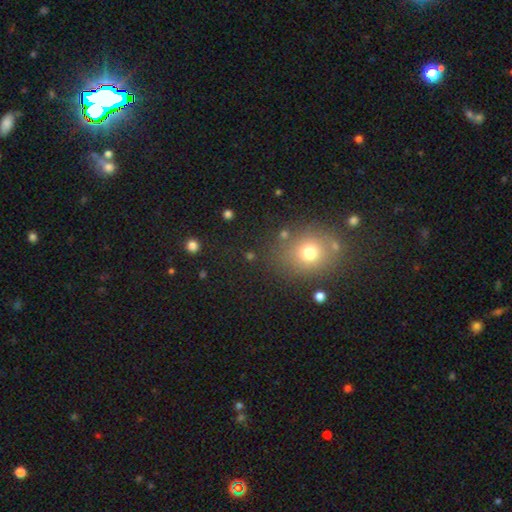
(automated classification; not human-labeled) A smooth galaxy with no disk features (56%) that is round (71%).

Vote fractions:
- Smooth or featured? smooth: 56% / star or artifact: 34% / featured or disk: 10%
- How rounded? round: 71% / in between: 28% / cigar-shaped: 1%
- Merging? none: 82% / minor disturbance: 10% / merger: 4% / major disturbance: 4%